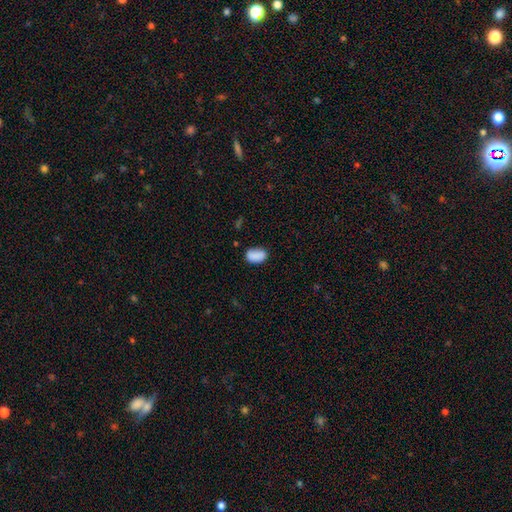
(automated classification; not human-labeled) A smooth galaxy with no disk features (86%) that is in between round and cigar-shaped (87%).

Vote fractions:
- Smooth or featured? smooth: 86% / star or artifact: 8% / featured or disk: 6%
- How rounded? in between: 87% / round: 11% / cigar-shaped: 2%
- Merging? none: 70% / minor disturbance: 21% / major disturbance: 5% / merger: 3%